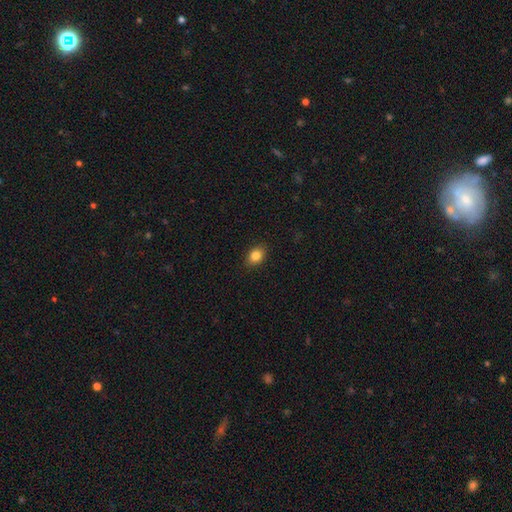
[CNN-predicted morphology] This is clearly a smooth galaxy (84%). How rounded: likely in between (71%). Merging: clearly none (89%).